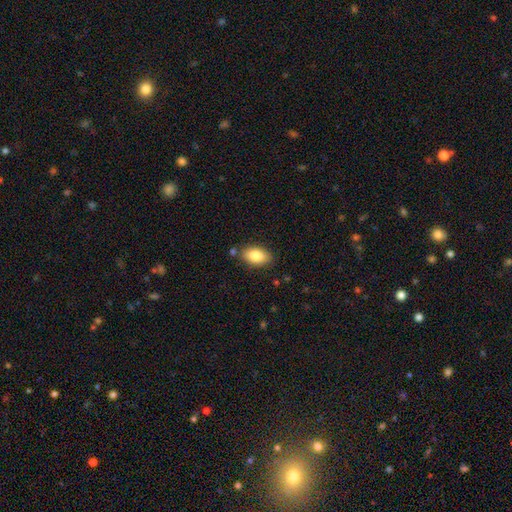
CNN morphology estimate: Smooth or featured?
  - smooth: 84% *
  - featured or disk: 9%
  - star or artifact: 7%
How rounded?
  - in between: 93% *
  - round: 5%
  - cigar-shaped: 2%
Merging?
  - none: 82% *
  - minor disturbance: 11%
  - merger: 4%
  - major disturbance: 3%